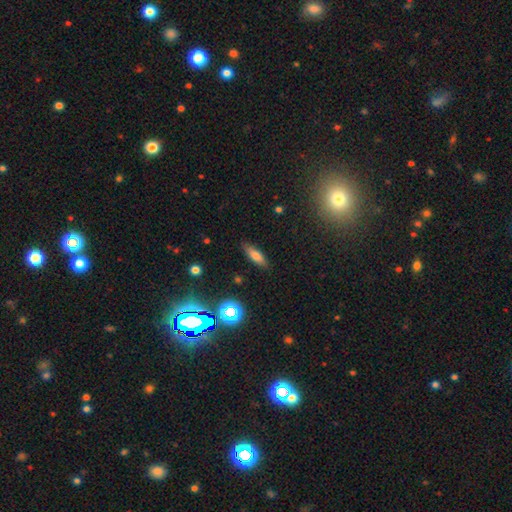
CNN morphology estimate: A smooth galaxy with no disk features (70%) that is in between round and cigar-shaped (53%). Merging: none (84%).